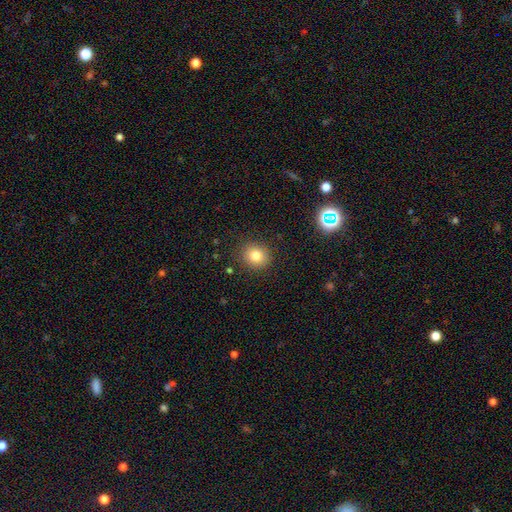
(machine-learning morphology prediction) Smooth or featured? Predicted: smooth (p=0.80). How rounded? Predicted: round (p=0.83). Merging? Predicted: none (p=0.89).